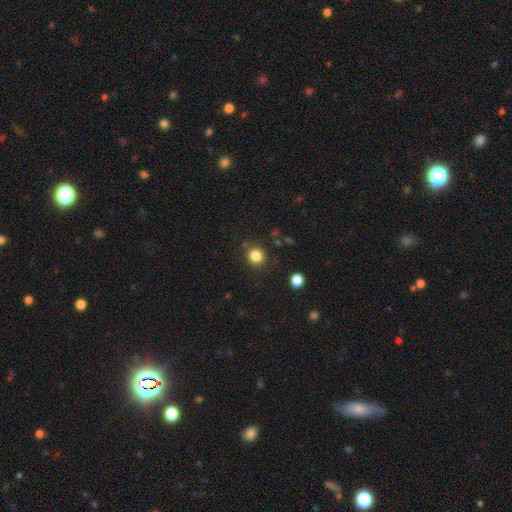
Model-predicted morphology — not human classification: A smooth galaxy with no disk features (83%) that is round (89%).

Vote fractions:
- Smooth or featured? smooth: 83% / star or artifact: 12% / featured or disk: 4%
- How rounded? round: 89% / in between: 10% / cigar-shaped: 1%
- Merging? none: 86% / minor disturbance: 8% / major disturbance: 3% / merger: 3%